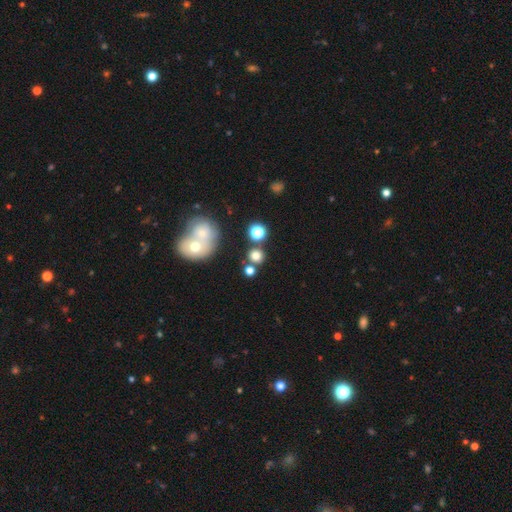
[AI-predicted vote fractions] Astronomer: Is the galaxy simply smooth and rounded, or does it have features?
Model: smooth — 74%.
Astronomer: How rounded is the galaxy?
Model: round — 84%.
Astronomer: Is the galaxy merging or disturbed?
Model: none — 65%.